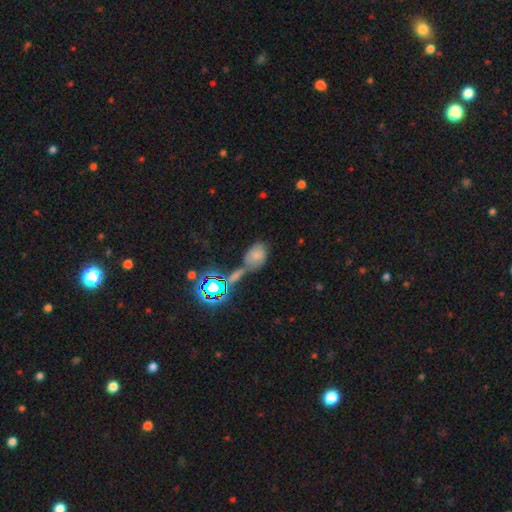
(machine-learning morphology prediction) This appears to be a smooth galaxy with no disk features (67%) that is in between round and cigar-shaped (79%). Merging: merger (39%, tied with none).